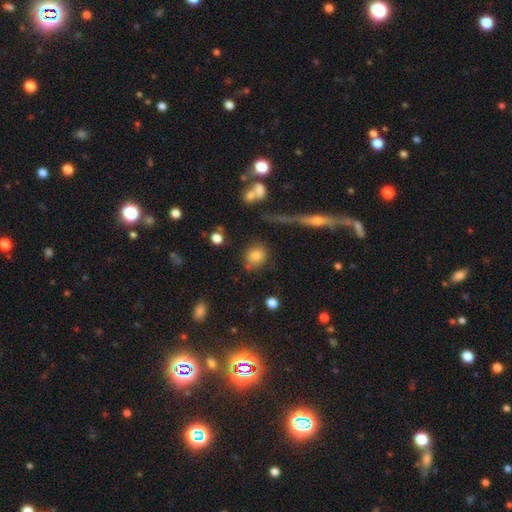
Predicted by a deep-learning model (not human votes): Smooth or featured? Predicted: smooth (p=0.79). How rounded? Predicted: round (p=0.79). Merging? Predicted: none (p=0.73).